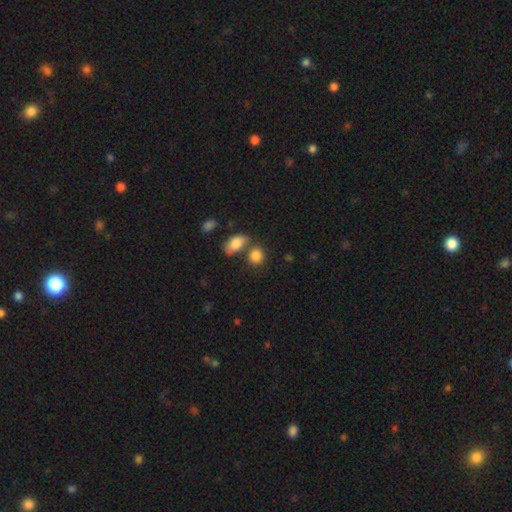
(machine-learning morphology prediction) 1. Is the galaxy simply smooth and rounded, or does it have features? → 86% smooth, 8% star or artifact, 6% featured or disk.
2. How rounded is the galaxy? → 55% round, 44% in between, 2% cigar-shaped.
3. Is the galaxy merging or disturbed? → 58% none, 26% merger, 12% minor disturbance, 4% major disturbance.